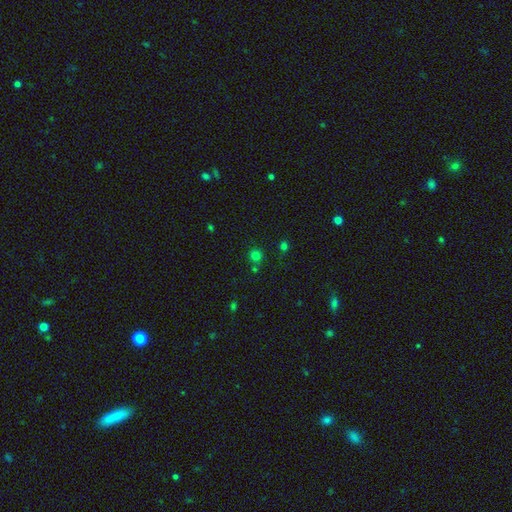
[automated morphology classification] type=smooth (72%); roundness=round (91%); merging=none (73%).